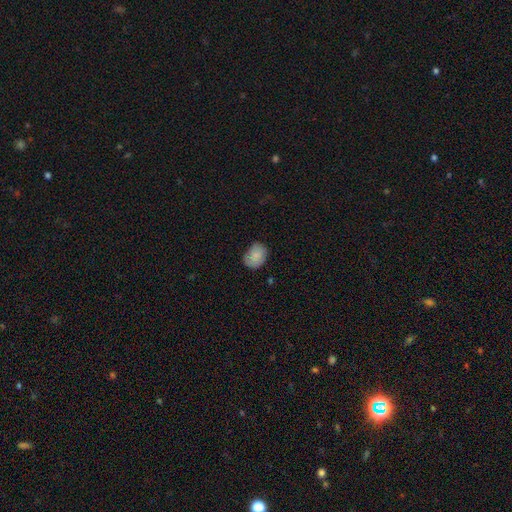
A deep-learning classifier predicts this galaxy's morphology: smooth_or_featured: smooth (p=0.82) [alt: featured or disk p=0.10]
how_rounded: in between (p=0.61) [alt: round p=0.38]
merging: none (p=0.68) [alt: minor disturbance p=0.26]